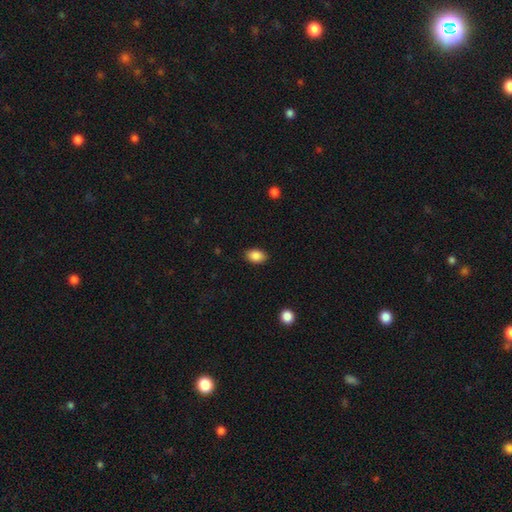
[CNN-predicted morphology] The model was most divided on "how rounded": in between: 85%, round: 14%, cigar-shaped: 1%. More confident: smooth or featured — smooth (88%); merging — none (87%).